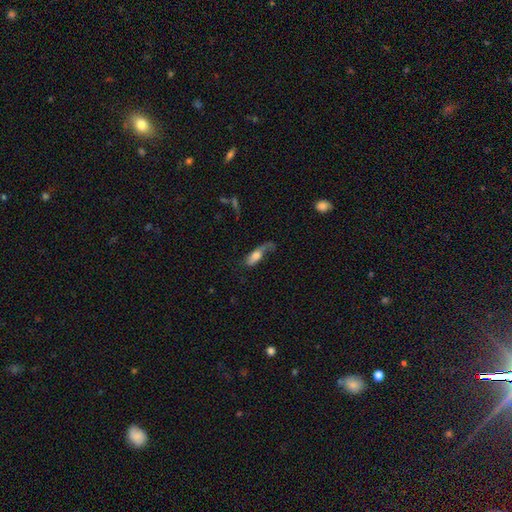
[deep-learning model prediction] smooth-or-featured: smooth: 60% | featured or disk: 32% | star or artifact: 8%
  how-rounded: in between: 68% | cigar-shaped: 28% | round: 4%
  merging: major disturbance: 40% | none: 31% | minor disturbance: 25% | merger: 5%